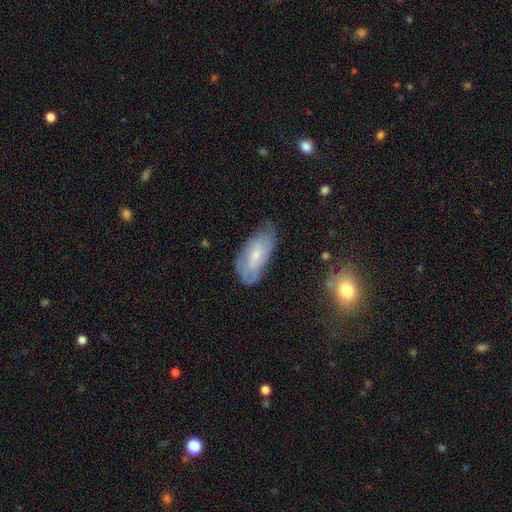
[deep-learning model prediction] This is possibly a smooth galaxy (48%). Merging: possibly none (57%).